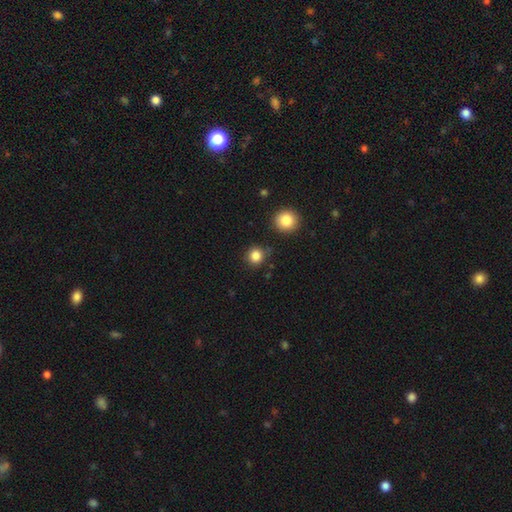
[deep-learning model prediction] Overall: smooth (84%). How rounded: round (90%). Merging: none (84%).